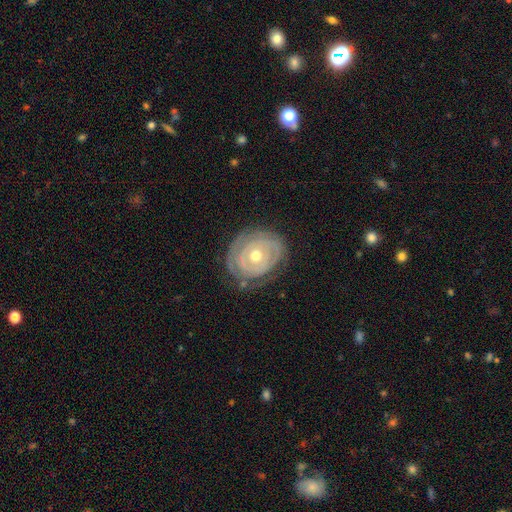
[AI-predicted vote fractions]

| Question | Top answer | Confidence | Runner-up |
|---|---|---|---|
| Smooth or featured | featured or disk | 79% | smooth (16%) |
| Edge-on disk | no | 97% | yes (3%) |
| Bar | no | 82% | weak (13%) |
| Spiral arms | yes | 75% | no (25%) |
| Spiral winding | tight | 83% | medium (12%) |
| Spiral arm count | can't tell | 41% | 2 (29%) |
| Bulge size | moderate | 67% | small (29%) |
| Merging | none | 74% | minor disturbance (17%) |